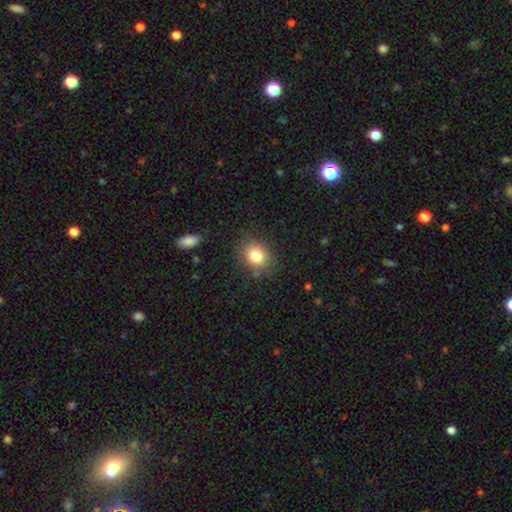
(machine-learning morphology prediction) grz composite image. It shows a smooth galaxy with no disk features (81%) that is round (68%). Merging: none (83%).